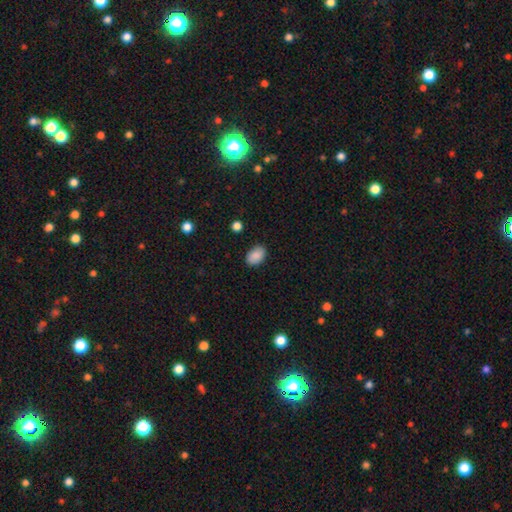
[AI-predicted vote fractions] Smooth or featured: smooth — 89% (star or artifact — 7%)
How rounded: in between — 87% (round — 12%)
Merging: none — 86% (minor disturbance — 11%)